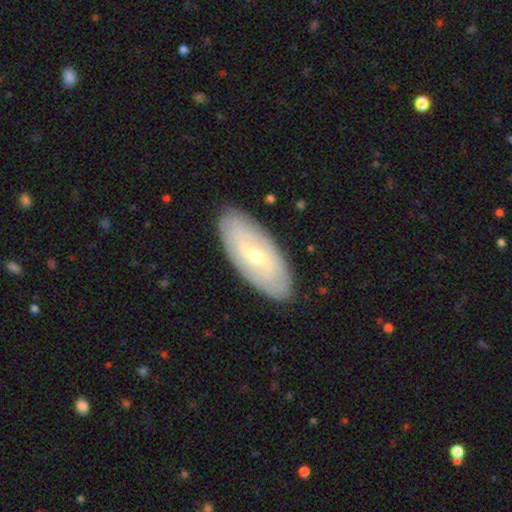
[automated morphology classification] Overall: featured or disk (61%; smooth 34%). Edge-on disk: no (83%). Bar: no (45%; weak 39%). Spiral arms: no (50%, tied with yes). Bulge size: small (51%; moderate 45%). Merging: none (87%).